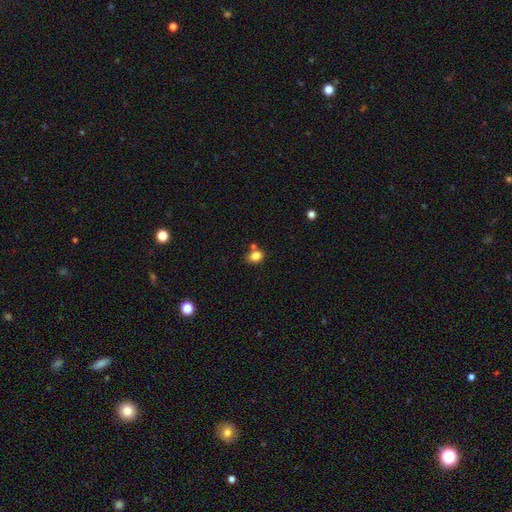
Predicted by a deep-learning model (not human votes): A smooth galaxy with no disk features (83%) that is in between round and cigar-shaped (64%).

Vote fractions:
- Smooth or featured? smooth: 83% / star or artifact: 11% / featured or disk: 6%
- How rounded? in between: 64% / round: 35% / cigar-shaped: 1%
- Merging? none: 65% / merger: 17% / minor disturbance: 15% / major disturbance: 4%